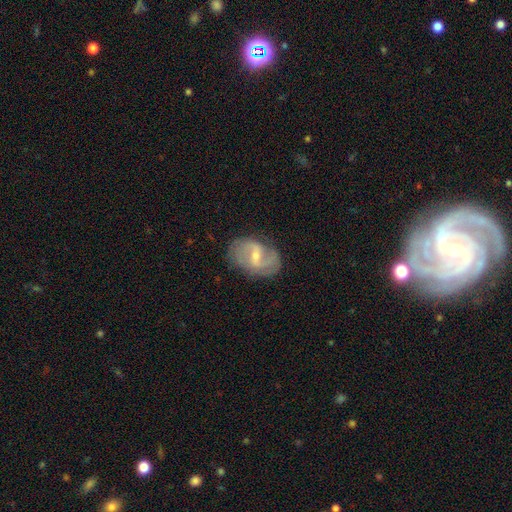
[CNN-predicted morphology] This is clearly a featured or disk galaxy (82%). It is clearly not viewed edge-on (97%). Bar: possibly weak (57%). Spiral arm pattern: clearly yes (92%). Spiral arm count: likely 2 (79%). Spiral winding: possibly medium (47%). Central bulge: possibly small (55%). Merging: likely none (74%).